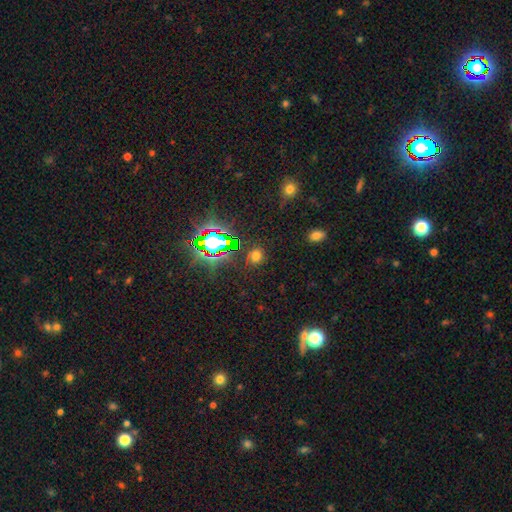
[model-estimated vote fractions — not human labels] smooth_or_featured: smooth (p=0.57) [alt: star or artifact p=0.36]
how_rounded: round (p=0.72) [alt: in between p=0.27]
merging: none (p=0.83) [alt: minor disturbance p=0.10]